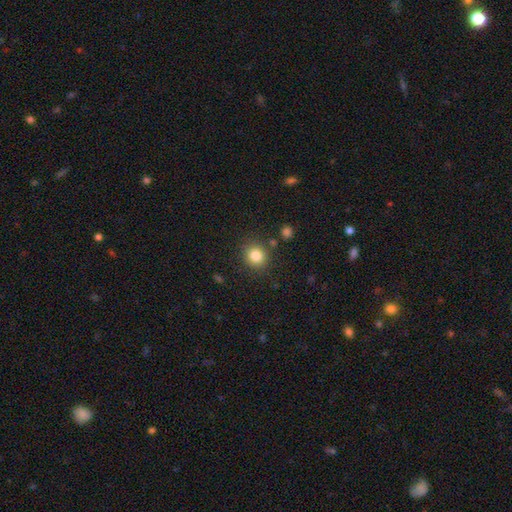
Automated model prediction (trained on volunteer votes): Smooth or featured: smooth — 83% (star or artifact — 11%)
How rounded: round — 85% (in between — 14%)
Merging: none — 86% (minor disturbance — 8%)